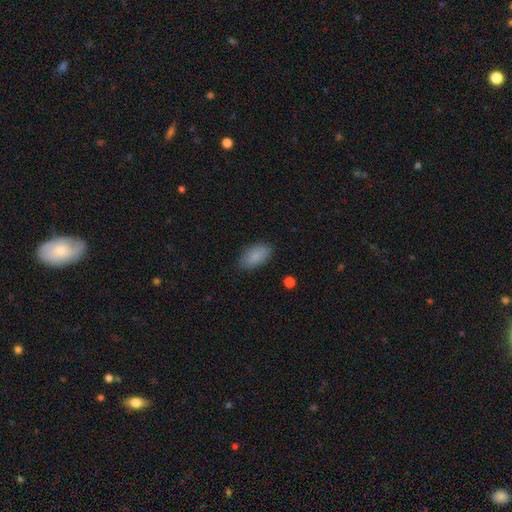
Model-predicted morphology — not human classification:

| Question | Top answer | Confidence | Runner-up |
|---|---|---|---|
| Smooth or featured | smooth | 87% | star or artifact (7%) |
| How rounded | in between | 94% | round (3%) |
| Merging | none | 86% | minor disturbance (10%) |